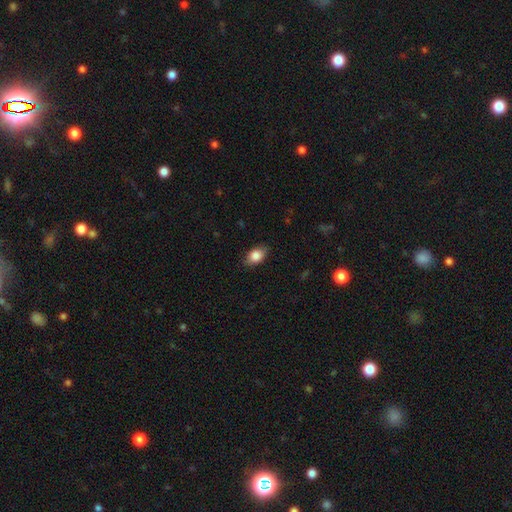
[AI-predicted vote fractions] smooth-or-featured: smooth: 84% | featured or disk: 8% | star or artifact: 7%
  how-rounded: in between: 86% | round: 12% | cigar-shaped: 2%
  merging: none: 84% | minor disturbance: 12% | major disturbance: 3% | merger: 1%